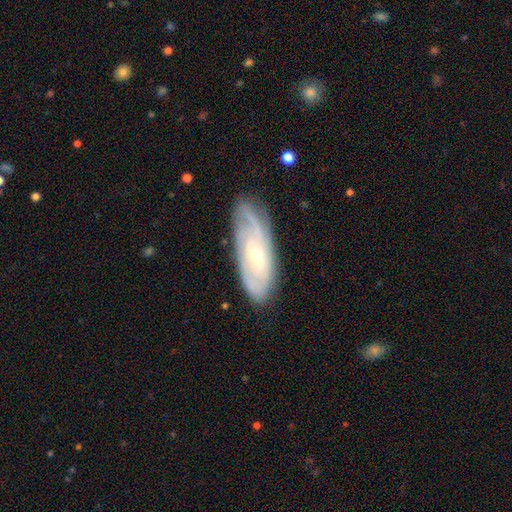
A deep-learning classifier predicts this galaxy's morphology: Smooth or featured? featured or disk (78%)
Edge-on disk? no (88%)
Bar? no (50%)
Spiral arms? yes (92%)
Spiral winding? tight (61%)
Spiral arm count? can't tell (41%)
Bulge size? small (73%)
Merging? none (75%)